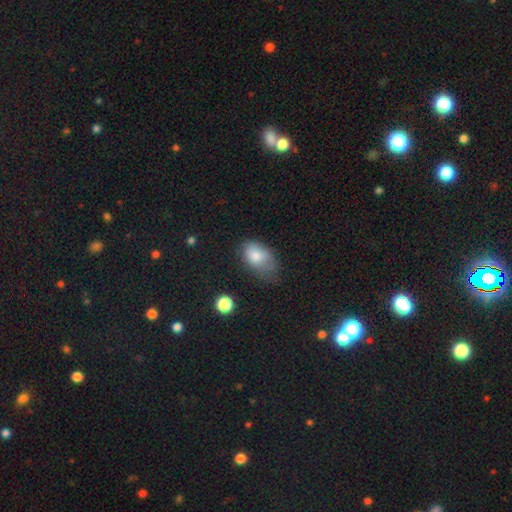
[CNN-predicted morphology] Smooth or featured? smooth (78%)
How rounded? in between (87%)
Merging? minor disturbance (42%)